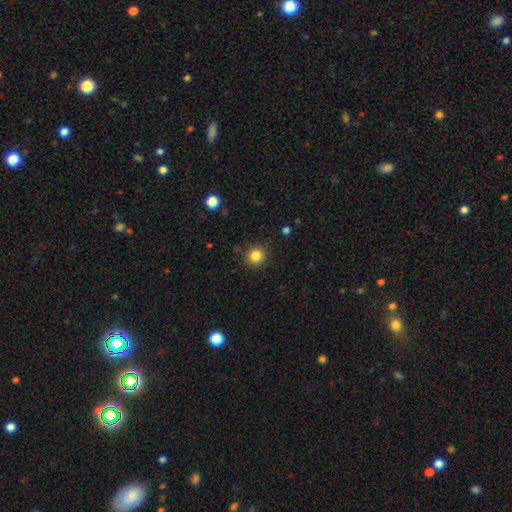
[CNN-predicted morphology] smooth-or-featured: smooth: 84% | star or artifact: 11% | featured or disk: 5%
  how-rounded: round: 89% | in between: 10% | cigar-shaped: 1%
  merging: none: 89% | minor disturbance: 8% | major disturbance: 2% | merger: 1%